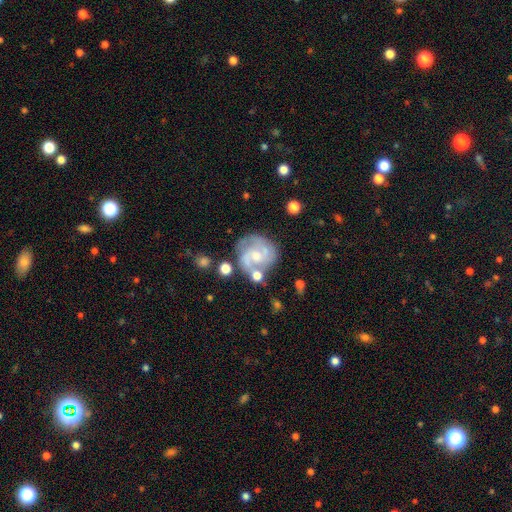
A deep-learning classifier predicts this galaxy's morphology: This is likely a featured or disk galaxy (80%). It is clearly not viewed edge-on (98%). Bar: possibly no (58%). Spiral arm pattern: clearly yes (93%). Spiral arm count: possibly 2 (60%). Spiral winding: possibly medium (50%). Central bulge: possibly small (48%). Merging: possibly none (59%).